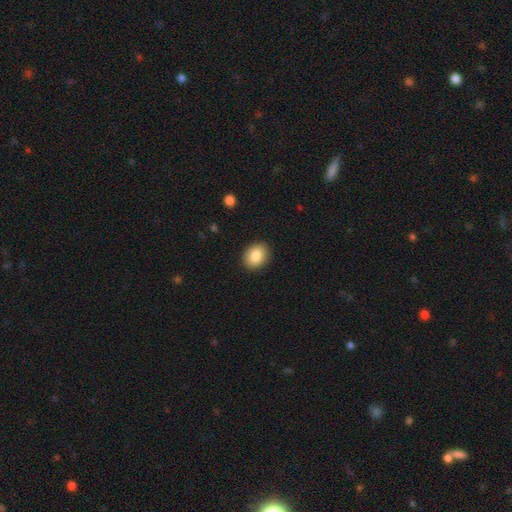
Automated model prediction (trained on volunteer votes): A smooth galaxy with no disk features (86%) that is in between round and cigar-shaped (59%).

Vote fractions:
- Smooth or featured? smooth: 86% / star or artifact: 8% / featured or disk: 6%
- How rounded? in between: 59% / round: 40% / cigar-shaped: 1%
- Merging? none: 90% / minor disturbance: 7% / major disturbance: 2% / merger: 1%